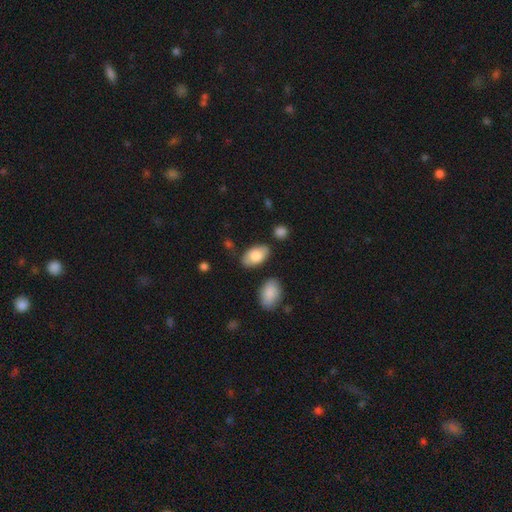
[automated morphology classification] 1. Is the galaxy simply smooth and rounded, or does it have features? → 77% smooth, 17% featured or disk, 6% star or artifact.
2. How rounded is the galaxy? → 94% in between, 4% round, 2% cigar-shaped.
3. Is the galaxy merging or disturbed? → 81% none, 13% minor disturbance, 4% merger, 3% major disturbance.